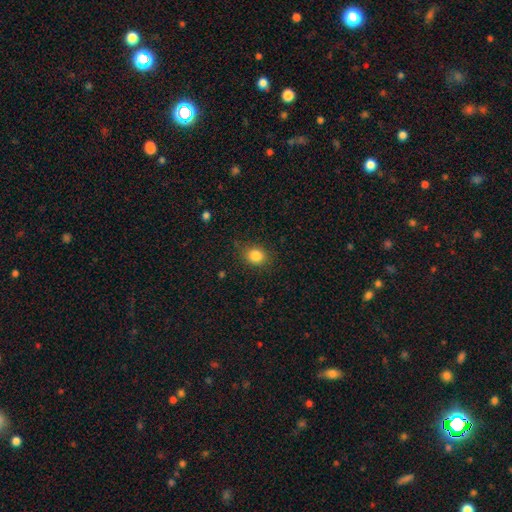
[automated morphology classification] Overall: smooth (85%). How rounded: round (63%; in between 36%). Merging: none (80%).